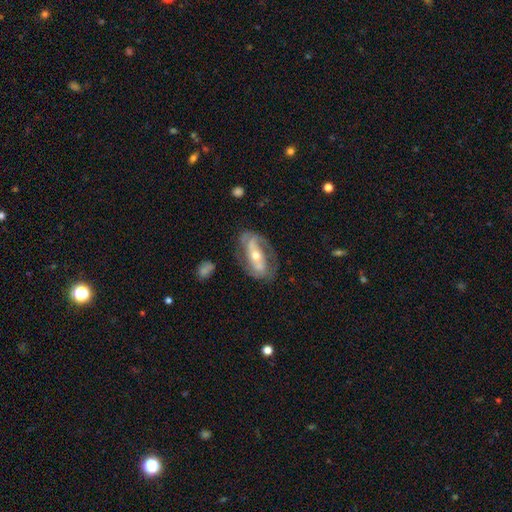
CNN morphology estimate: Smooth or featured: featured or disk — 78% (smooth — 16%)
Edge-on disk: no — 90% (yes — 10%)
Bar: strong — 45% (no — 32%)
Spiral arms: yes — 78% (no — 22%)
Spiral winding: medium — 40% (tight — 37%)
Spiral arm count: 2 — 76% (can't tell — 13%)
Bulge size: moderate — 58% (small — 36%)
Merging: none — 68% (minor disturbance — 18%)